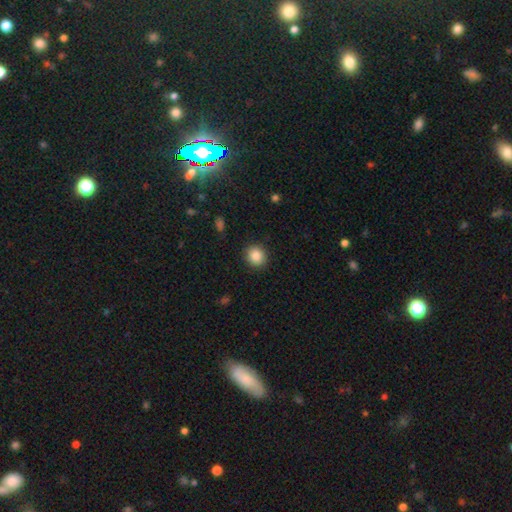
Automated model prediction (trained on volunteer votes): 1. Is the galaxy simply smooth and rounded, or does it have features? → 87% smooth, 9% star or artifact, 4% featured or disk.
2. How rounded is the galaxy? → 85% round, 14% in between, 1% cigar-shaped.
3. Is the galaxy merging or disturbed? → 90% none, 7% minor disturbance, 2% major disturbance, 1% merger.